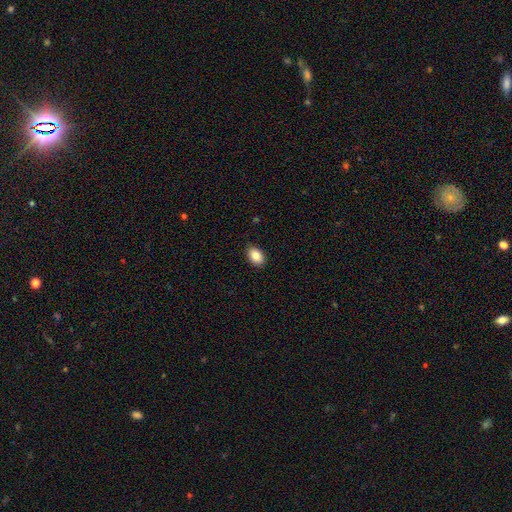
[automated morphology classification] Smooth or featured? Predicted: smooth (p=0.86). How rounded? Predicted: in between (p=0.85). Merging? Predicted: none (p=0.89).